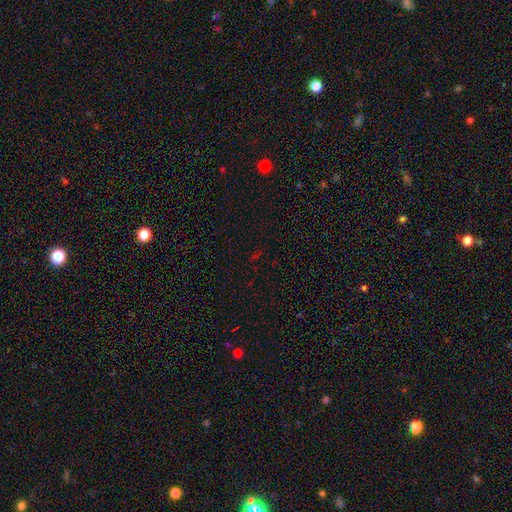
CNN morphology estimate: Overall: star or artifact (67%).